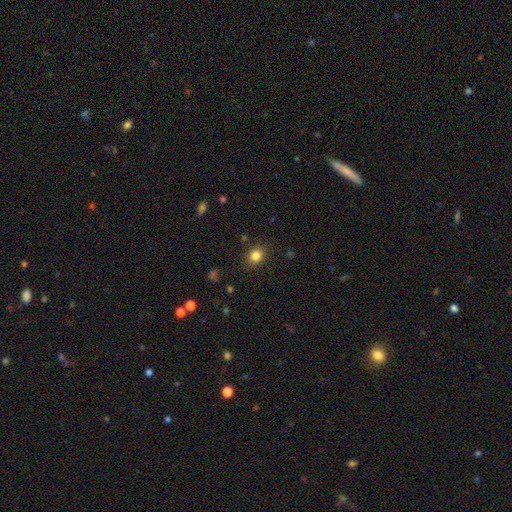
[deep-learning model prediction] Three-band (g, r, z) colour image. It shows a smooth galaxy with no disk features (83%) that is round (59%). Merging: none (87%).